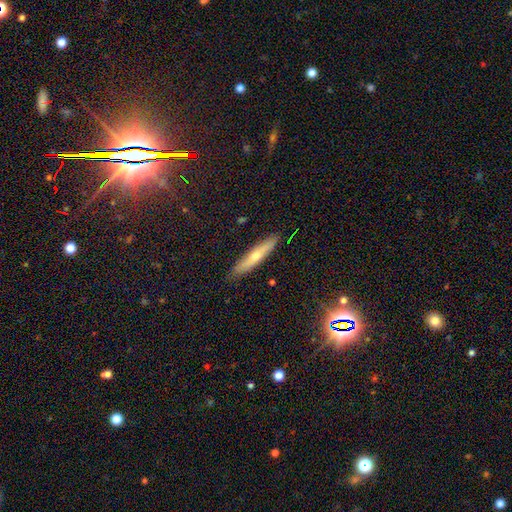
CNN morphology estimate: featured or disk 48%, smooth 43%, star or artifact 9%. Down the decision tree: merging — none (88%).